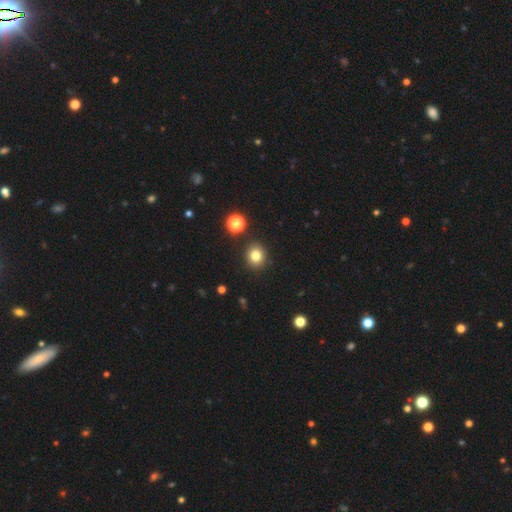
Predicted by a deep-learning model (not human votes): A smooth galaxy with no disk features (80%) that is round (81%). Merging: none (88%).